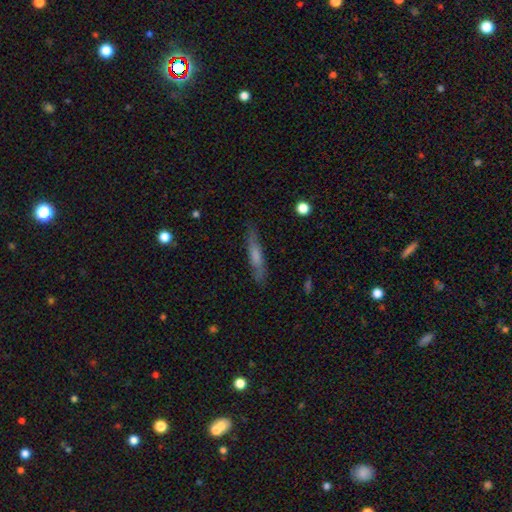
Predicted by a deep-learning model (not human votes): This appears to be a smooth galaxy with no disk features (58%) that is cigar-shaped (88%). Merging: none (81%).